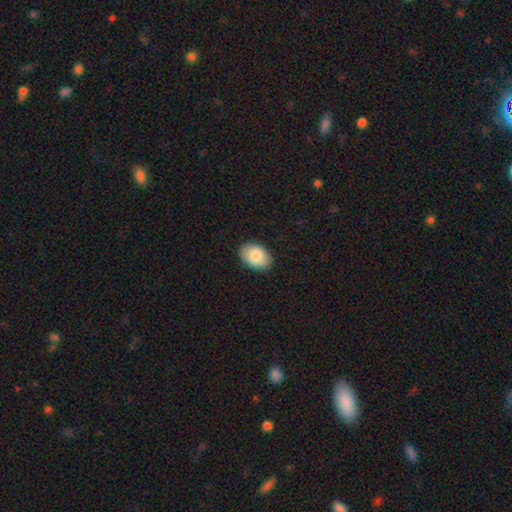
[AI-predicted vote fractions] This is clearly a smooth galaxy (86%). How rounded: clearly in between (87%). Merging: clearly none (89%).